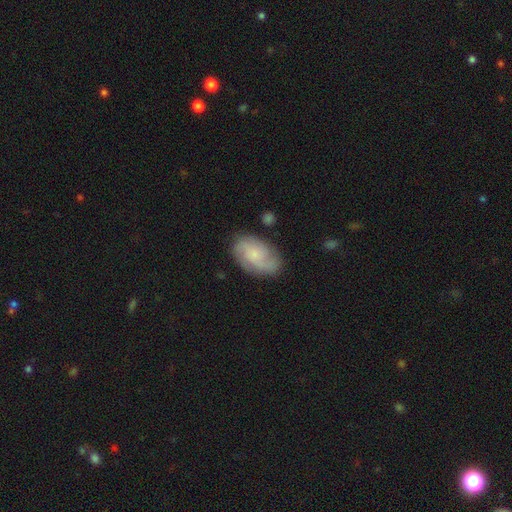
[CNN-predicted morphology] featured or disk 63%, smooth 30%, star or artifact 7%. Down the decision tree: edge-on disk — no (97%); bar — no (71%); spiral arms — yes (92%); spiral arm count — 2 (40%); spiral winding — medium (44%); bulge size — small (67%); merging — none (74%).